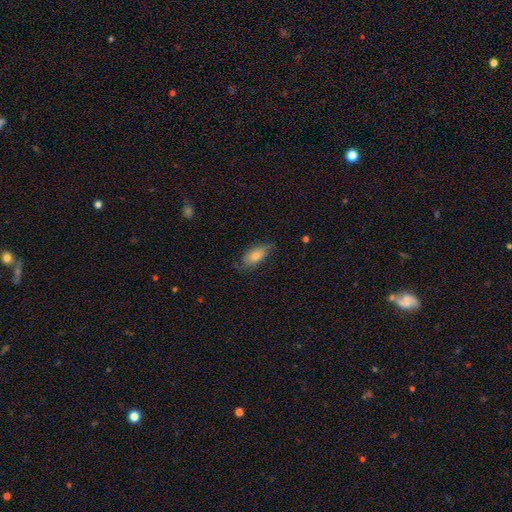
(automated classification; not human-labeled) smooth-or-featured: smooth: 66% | featured or disk: 25% | star or artifact: 9%
  how-rounded: in between: 81% | cigar-shaped: 15% | round: 4%
  merging: none: 66% | minor disturbance: 25% | major disturbance: 8% | merger: 1%